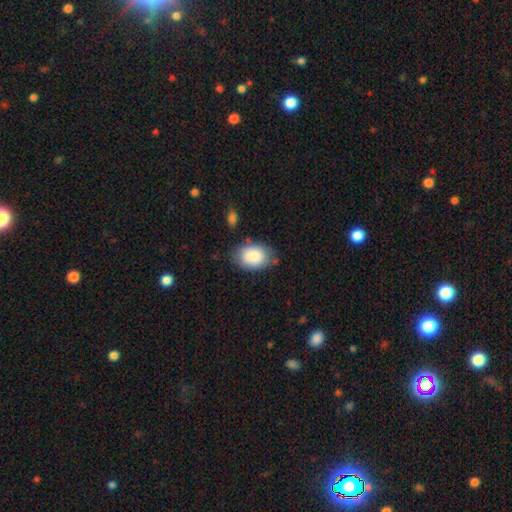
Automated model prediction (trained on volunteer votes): Smooth or featured? smooth (85%)
How rounded? in between (82%)
Merging? none (75%)